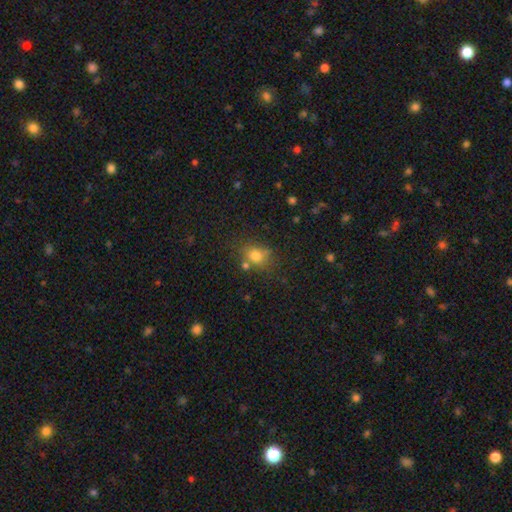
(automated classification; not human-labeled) A smooth galaxy with no disk features (75%) that is round (54%). Merging: none (62%).